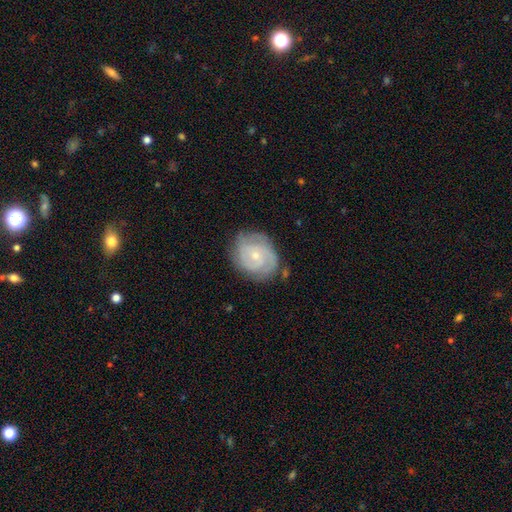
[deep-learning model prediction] Morphology: type=featured or disk (81%); edge-on=no (98%); bar=no (67%); spiral arms=yes (95%); winding=tight (65%); arm count=2 (30%); bulge=small (70%); merging=none (75%).